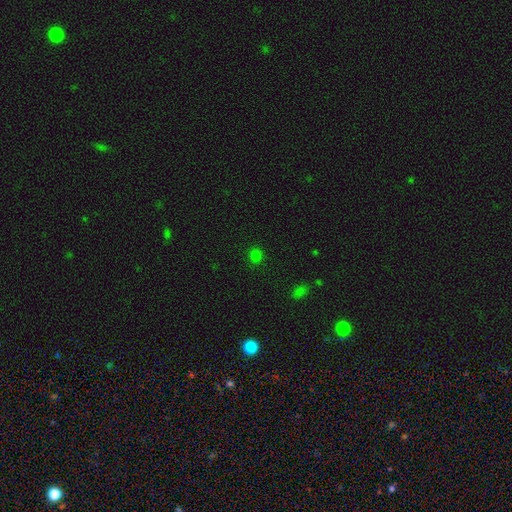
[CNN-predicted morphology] smooth_or_featured: smooth (p=0.77) [alt: star or artifact p=0.20]
how_rounded: round (p=0.82) [alt: in between p=0.17]
merging: none (p=0.90) [alt: minor disturbance p=0.07]